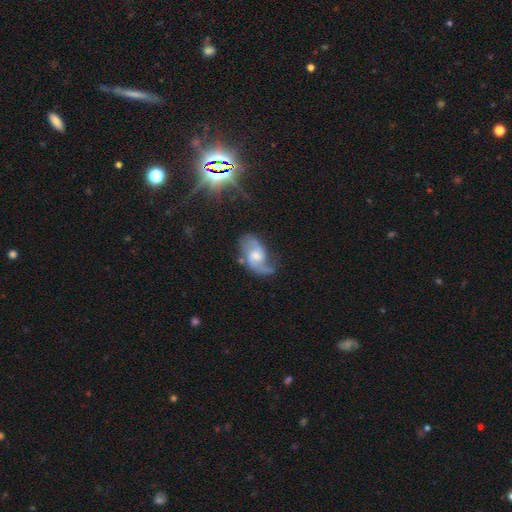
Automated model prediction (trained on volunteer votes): featured or disk 79%, smooth 14%, star or artifact 7%. Down the decision tree: edge-on disk — no (97%); bar — no (52%); spiral arms — yes (94%); spiral arm count — 2 (86%); spiral winding — loose (50%); bulge size — moderate (51%); merging — none (59%).